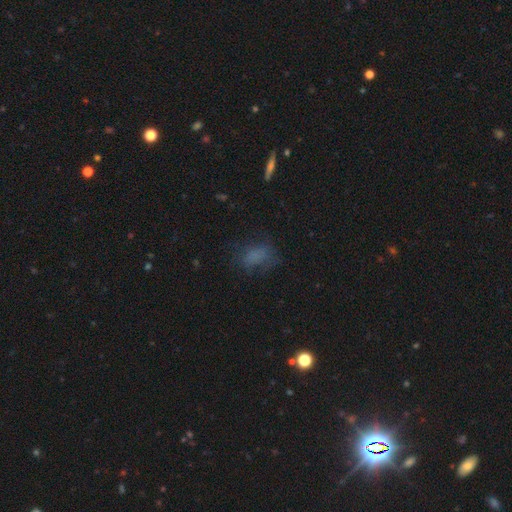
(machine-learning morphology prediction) A smooth galaxy with no disk features (66%) that is in between round and cigar-shaped (78%).

Vote fractions:
- Smooth or featured? smooth: 66% / star or artifact: 18% / featured or disk: 17%
- How rounded? in between: 78% / round: 18% / cigar-shaped: 4%
- Merging? none: 55% / minor disturbance: 23% / major disturbance: 20% / merger: 2%